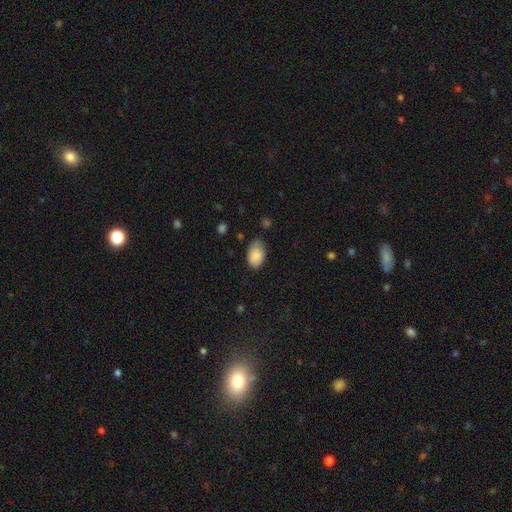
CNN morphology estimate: Smooth or featured? Predicted: smooth (p=0.85). How rounded? Predicted: in between (p=0.89). Merging? Predicted: none (p=0.65).